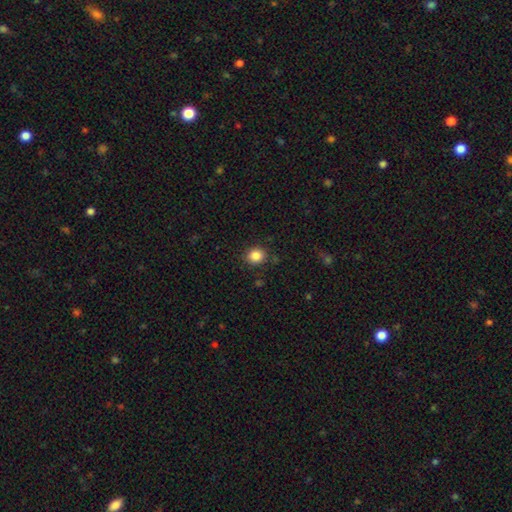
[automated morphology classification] Smooth or featured?
  - smooth: 85% *
  - star or artifact: 10%
  - featured or disk: 4%
How rounded?
  - round: 75% *
  - in between: 24%
  - cigar-shaped: 1%
Merging?
  - none: 85% *
  - minor disturbance: 10%
  - major disturbance: 3%
  - merger: 2%